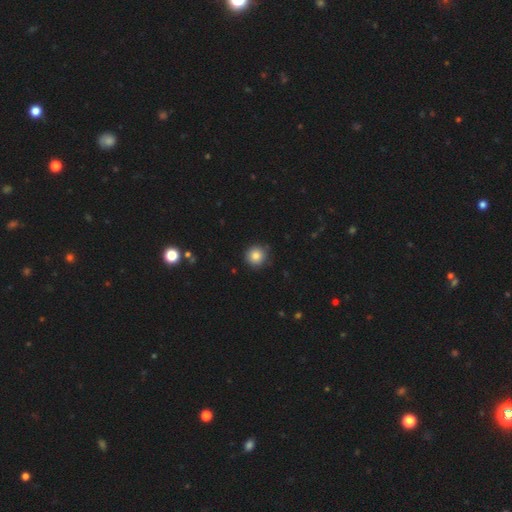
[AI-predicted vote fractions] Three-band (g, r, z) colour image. It shows a smooth galaxy with no disk features (83%) that is round (95%). Merging: none (88%).